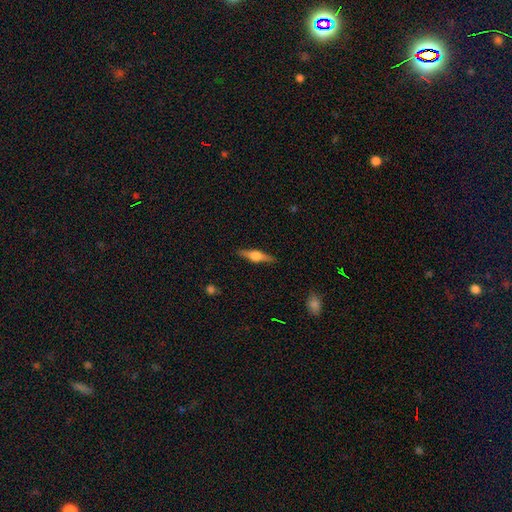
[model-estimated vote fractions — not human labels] Morphology: type=featured or disk (71%); edge-on=yes (97%); edge-on bulge=rounded (93%); merging=none (90%).